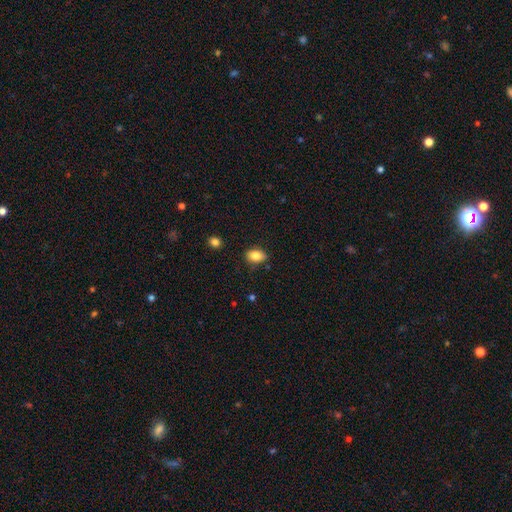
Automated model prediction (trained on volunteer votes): Q: Smooth or featured?
A: smooth (85%); runner-up: star or artifact (9%)
Q: How rounded?
A: in between (83%); runner-up: round (15%)
Q: Merging?
A: none (82%); runner-up: minor disturbance (14%)